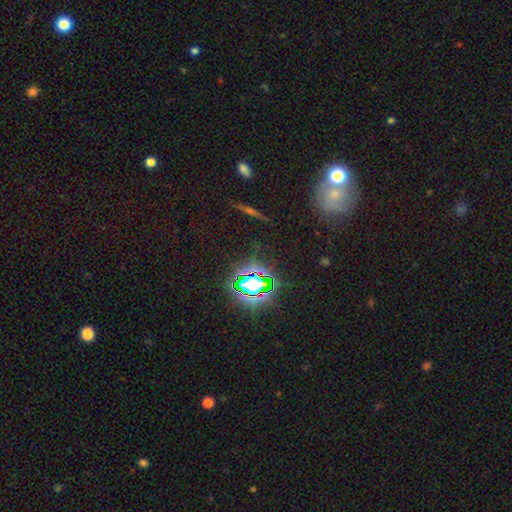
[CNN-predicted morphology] Smooth or featured: star or artifact — 70% (smooth — 16%)